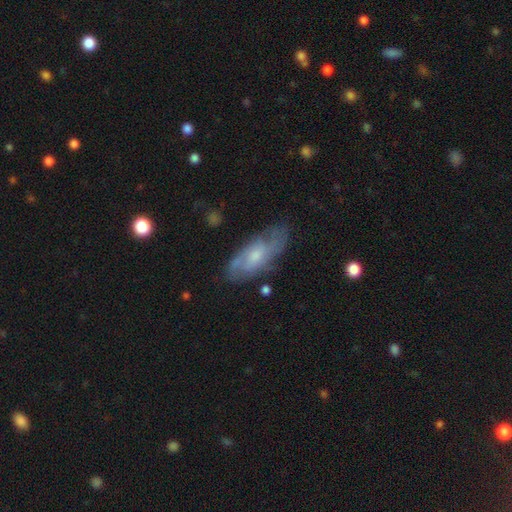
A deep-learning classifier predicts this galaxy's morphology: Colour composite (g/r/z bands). It shows a featured or disk galaxy (57%). Merging: none (68%).